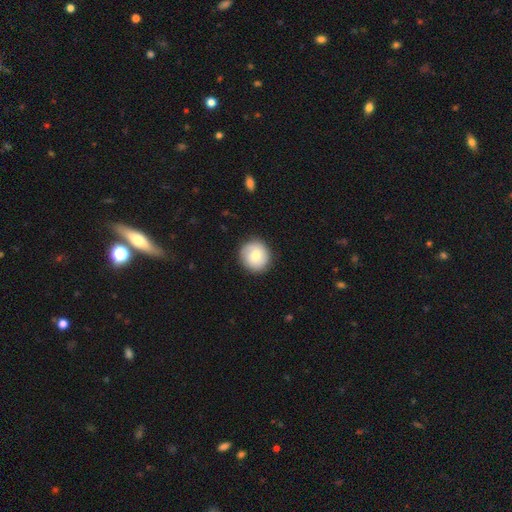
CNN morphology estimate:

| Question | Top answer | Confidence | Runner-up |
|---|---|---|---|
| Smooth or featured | smooth | 73% | featured or disk (20%) |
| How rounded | round | 91% | in between (8%) |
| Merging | none | 89% | minor disturbance (8%) |